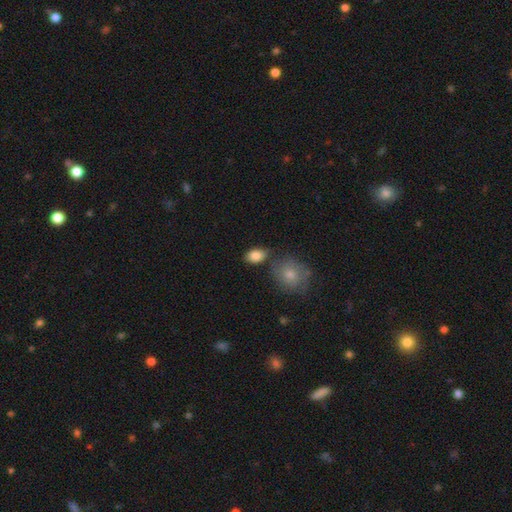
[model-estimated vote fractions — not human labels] smooth-or-featured: smooth: 85% | featured or disk: 8% | star or artifact: 7%
  how-rounded: in between: 83% | round: 15% | cigar-shaped: 2%
  merging: none: 71% | minor disturbance: 15% | merger: 10% | major disturbance: 4%